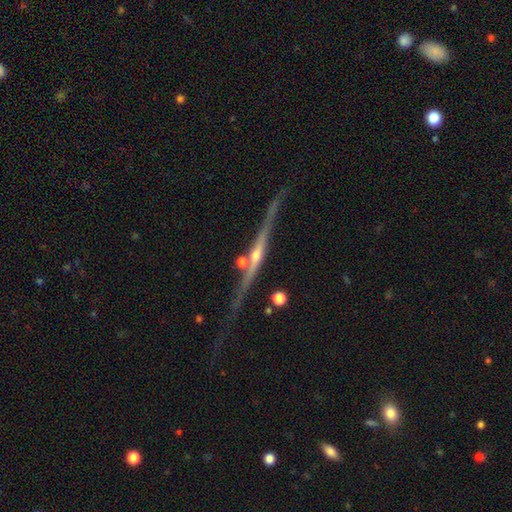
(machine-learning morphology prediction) Smooth or featured? featured or disk (86%)
Edge-on disk? yes (97%)
Edge-on bulge? rounded (82%)
Merging? none (73%)